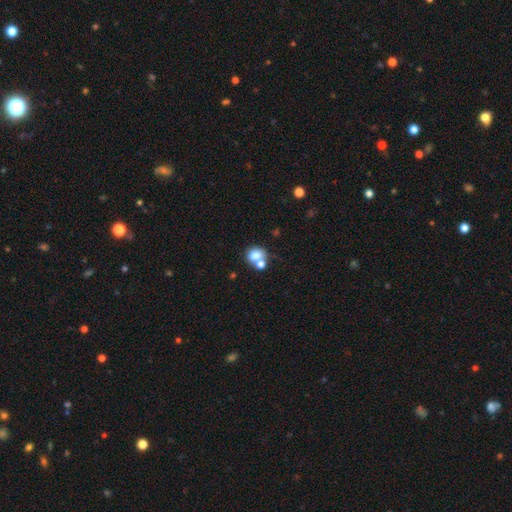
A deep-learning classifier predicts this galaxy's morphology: A smooth galaxy with no disk features (76%) that is round (59%). Merging: merger (45%).